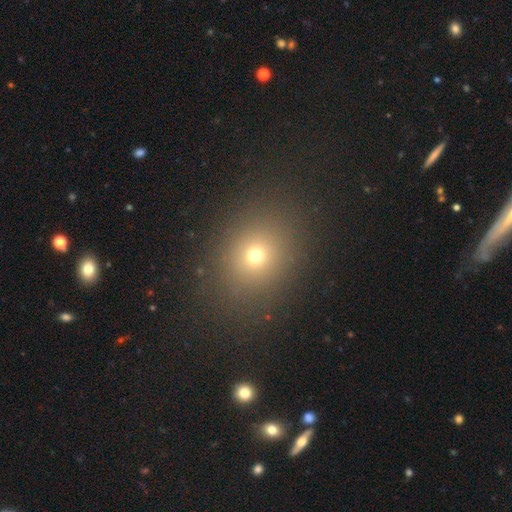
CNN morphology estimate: smooth 69%, star or artifact 21%, featured or disk 10%. Down the decision tree: how rounded — round (69%); merging — none (85%).